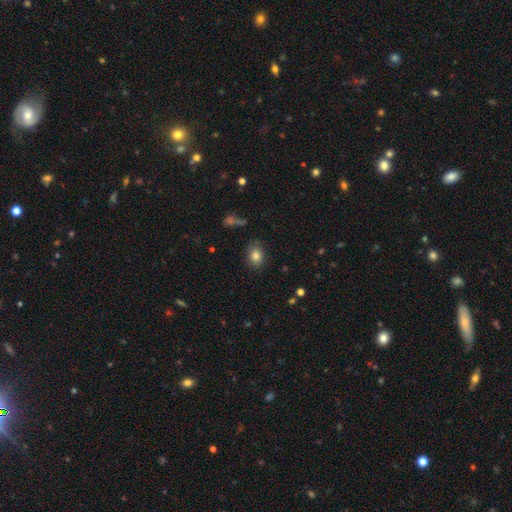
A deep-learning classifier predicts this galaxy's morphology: A smooth galaxy with no disk features (83%) that is in between round and cigar-shaped (60%).

Vote fractions:
- Smooth or featured? smooth: 83% / star or artifact: 10% / featured or disk: 7%
- How rounded? in between: 60% / round: 39% / cigar-shaped: 1%
- Merging? none: 83% / minor disturbance: 12% / major disturbance: 3% / merger: 2%